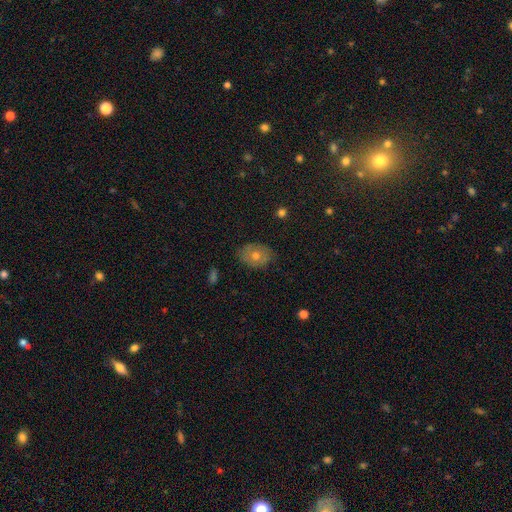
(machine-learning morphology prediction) type=smooth (53%); roundness=in between (65%); merging=none (83%).